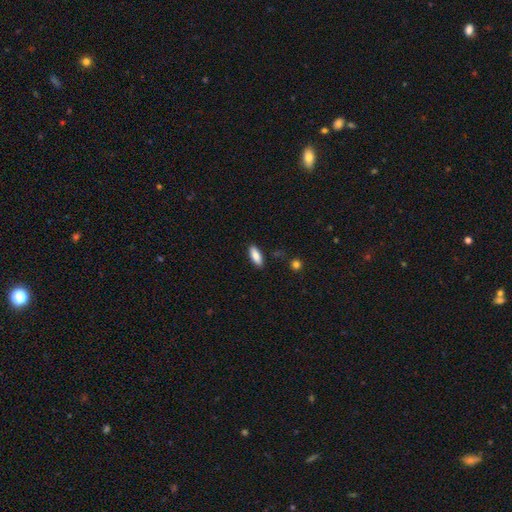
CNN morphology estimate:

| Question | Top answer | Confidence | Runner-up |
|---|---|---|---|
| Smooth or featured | smooth | 84% | featured or disk (9%) |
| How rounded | in between | 69% | cigar-shaped (29%) |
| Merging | none | 88% | minor disturbance (9%) |